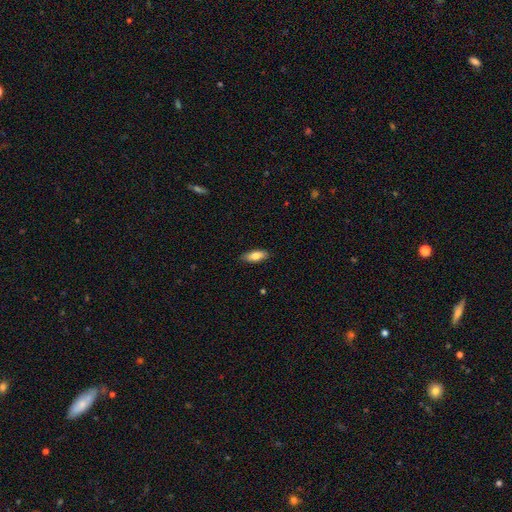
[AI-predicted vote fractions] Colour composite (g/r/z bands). It shows a smooth galaxy with no disk features (80%) that is in between round and cigar-shaped (77%). Merging: none (86%).